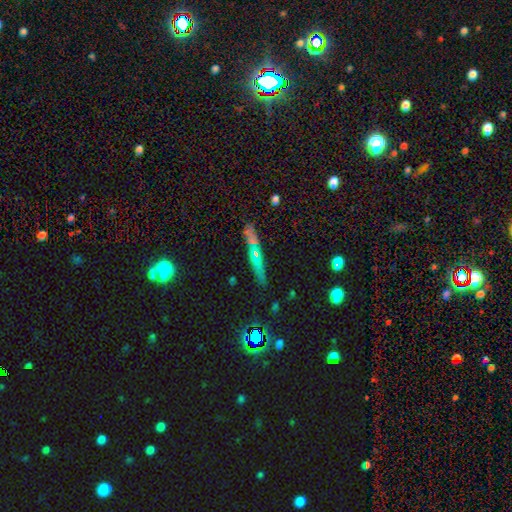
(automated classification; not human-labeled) A smooth galaxy with no disk features (43%). Merging: none (80%).